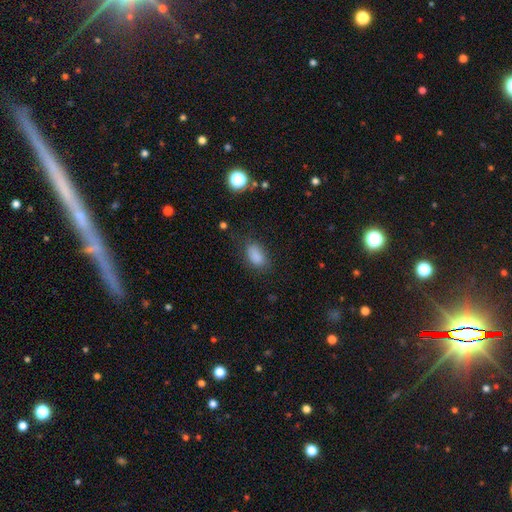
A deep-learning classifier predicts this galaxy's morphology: smooth_or_featured: smooth (p=0.85) [alt: star or artifact p=0.09]
how_rounded: in between (p=0.90) [alt: round p=0.07]
merging: none (p=0.71) [alt: minor disturbance p=0.20]